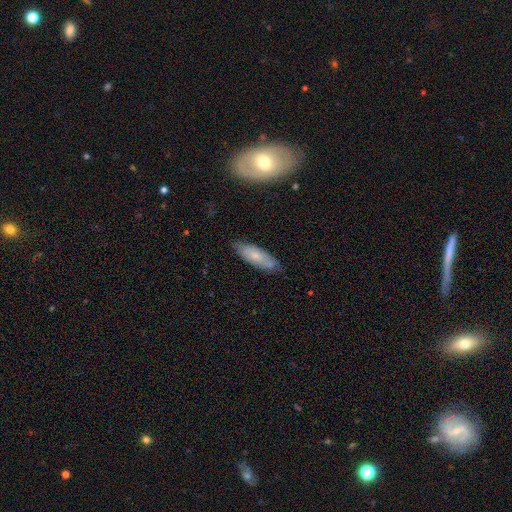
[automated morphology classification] Smooth or featured: smooth — 62% (featured or disk — 32%)
How rounded: in between — 58% (cigar-shaped — 40%)
Merging: none — 76% (minor disturbance — 18%)